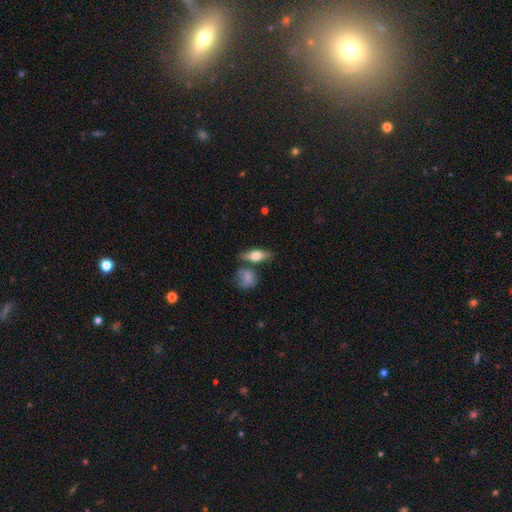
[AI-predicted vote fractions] smooth-or-featured: smooth: 48% | featured or disk: 44% | star or artifact: 8%
  merging: none: 70% | minor disturbance: 14% | merger: 11% | major disturbance: 5%